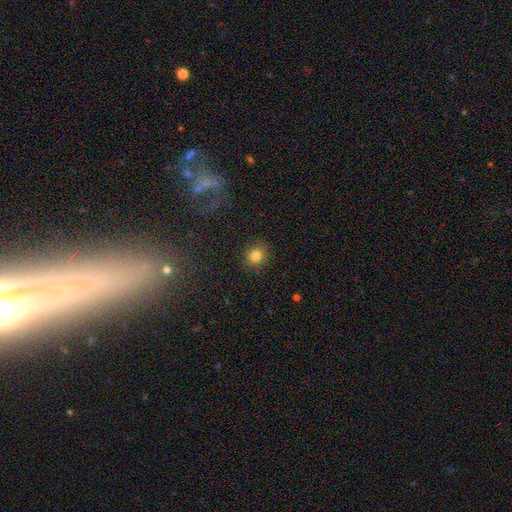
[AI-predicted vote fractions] Overall: smooth (82%). How rounded: round (82%). Merging: none (90%).